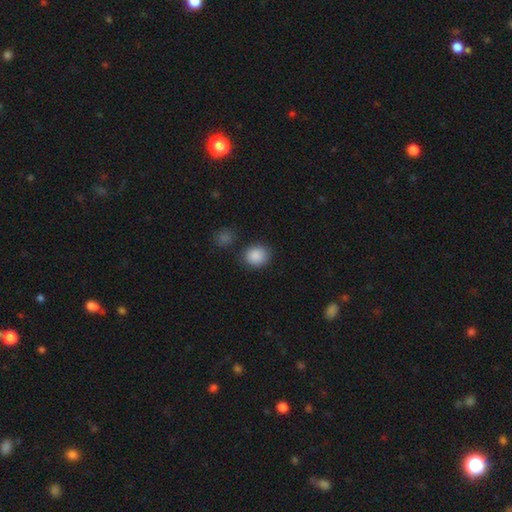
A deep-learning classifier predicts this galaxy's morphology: Q: Smooth or featured?
A: smooth (88%); runner-up: star or artifact (8%)
Q: How rounded?
A: round (71%); runner-up: in between (28%)
Q: Merging?
A: none (80%); runner-up: minor disturbance (11%)